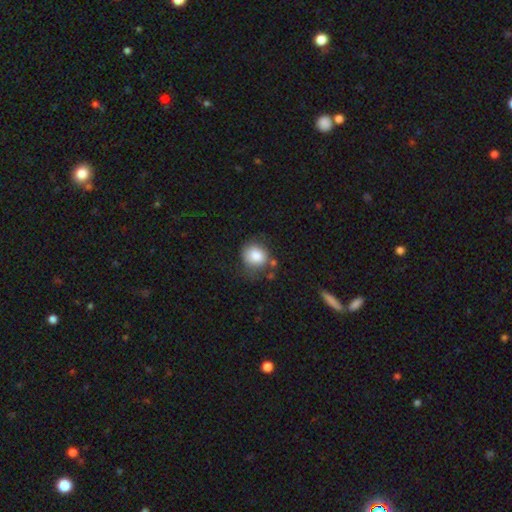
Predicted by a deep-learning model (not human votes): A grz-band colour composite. It shows a smooth galaxy with no disk features (82%) that is round (75%). Merging: none (60%).